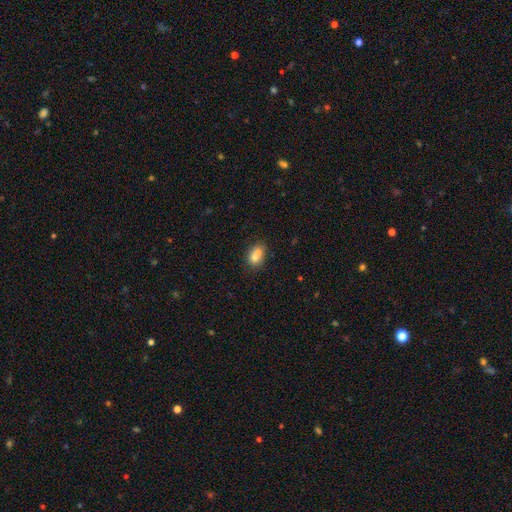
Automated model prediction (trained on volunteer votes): Morphology: type=smooth (77%); roundness=in between (76%); merging=none (48%).